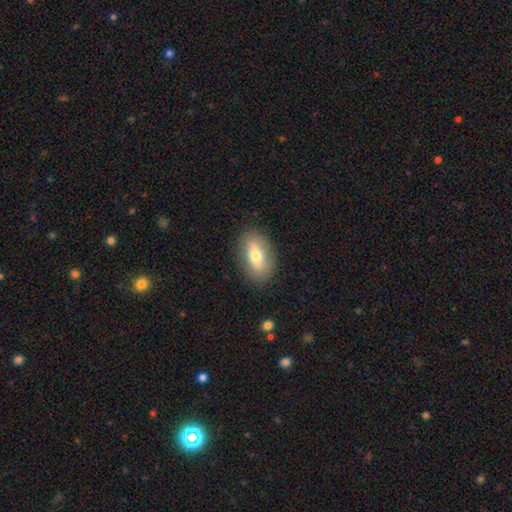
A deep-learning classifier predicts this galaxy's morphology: Smooth or featured? smooth (64%)
How rounded? in between (86%)
Merging? none (85%)